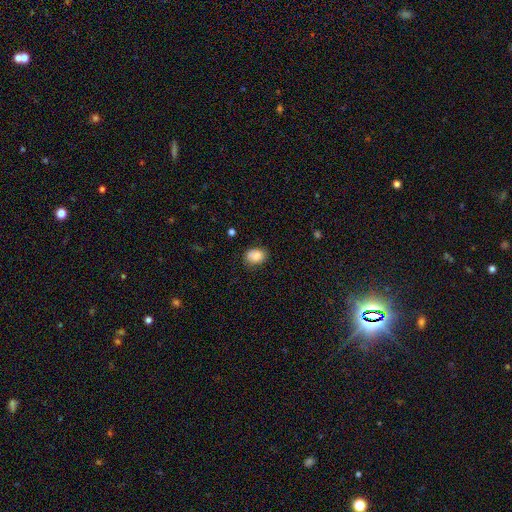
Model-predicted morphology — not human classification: Smooth or featured? smooth (84%)
How rounded? in between (60%)
Merging? none (71%)